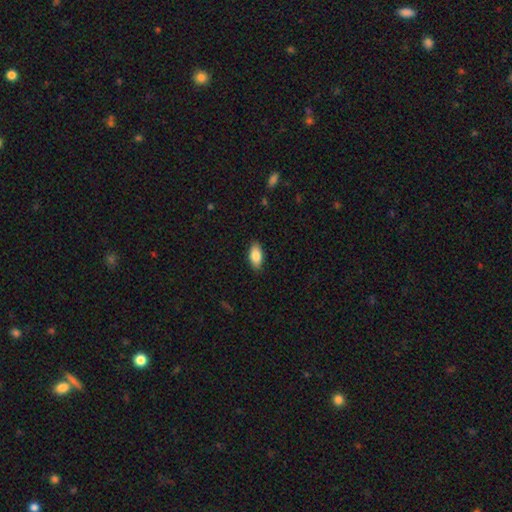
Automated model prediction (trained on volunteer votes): This is clearly a smooth galaxy (83%). How rounded: clearly in between (90%). Merging: clearly none (88%).